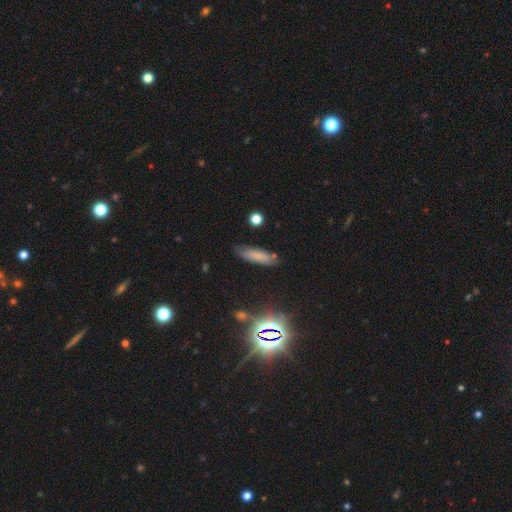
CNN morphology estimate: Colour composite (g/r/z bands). It shows a smooth galaxy with no disk features (72%) that is cigar-shaped (56%). Merging: none (78%).